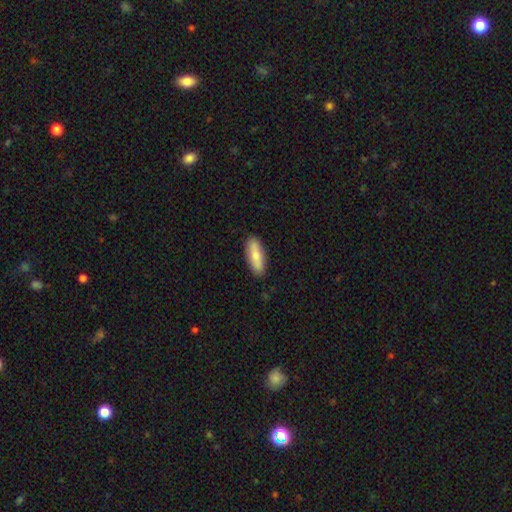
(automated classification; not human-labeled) smooth-or-featured: smooth: 77% | featured or disk: 18% | star or artifact: 6%
  how-rounded: in between: 65% | cigar-shaped: 33% | round: 2%
  merging: none: 88% | minor disturbance: 9% | major disturbance: 2% | merger: 1%